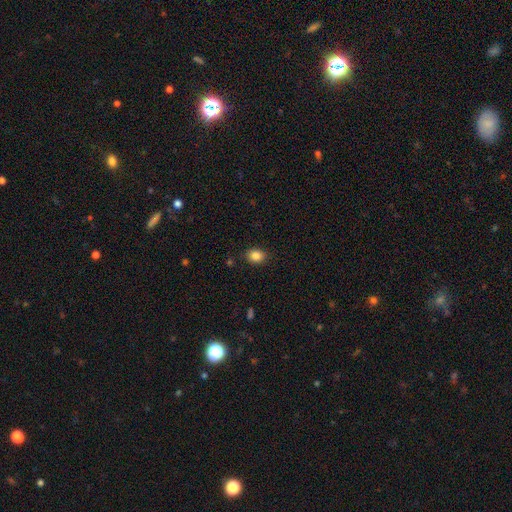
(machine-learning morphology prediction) A smooth galaxy with no disk features (85%) that is in between round and cigar-shaped (56%). Merging: none (87%).